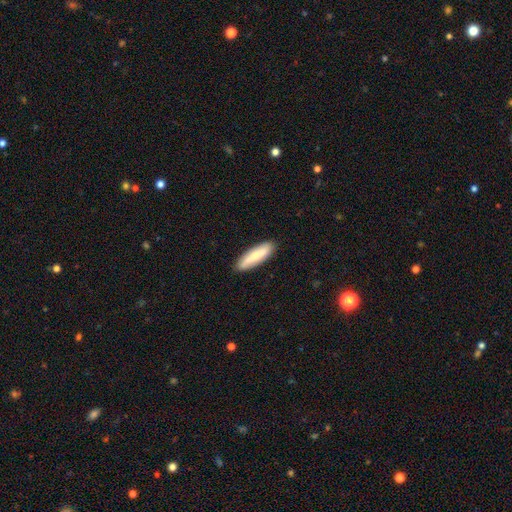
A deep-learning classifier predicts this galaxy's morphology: A smooth galaxy with no disk features (58%) that is cigar-shaped (61%). Merging: none (89%).